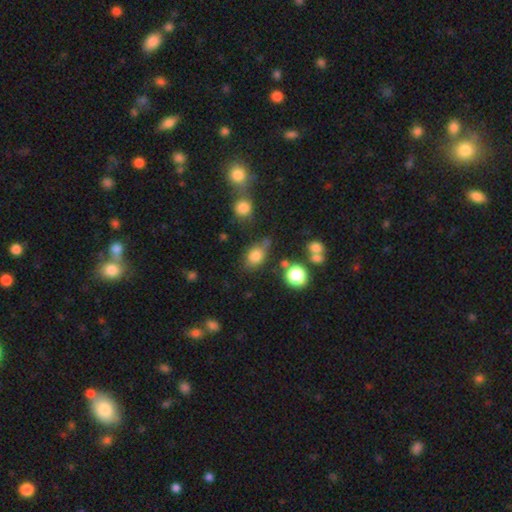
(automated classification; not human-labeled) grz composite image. It shows a smooth galaxy with no disk features (79%) that is in between round and cigar-shaped (68%). Merging: none (62%).